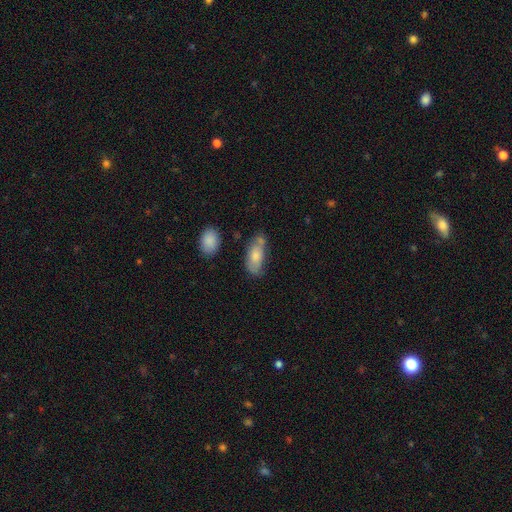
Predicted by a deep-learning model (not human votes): A smooth galaxy with no disk features (74%) that is in between round and cigar-shaped (85%). Merging: none (52%).